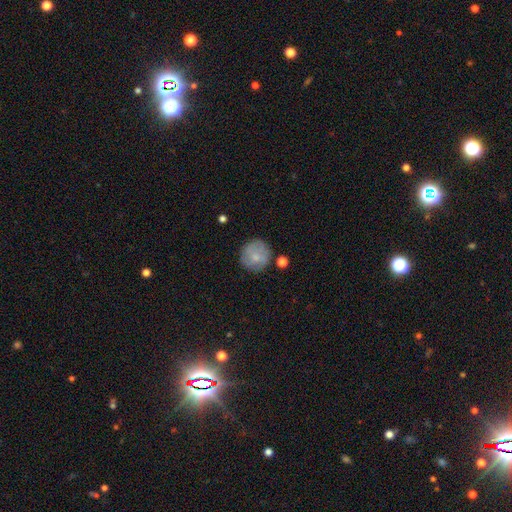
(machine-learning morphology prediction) Smooth or featured? Predicted: smooth (p=0.69). How rounded? Predicted: round (p=0.93). Merging? Predicted: none (p=0.79).